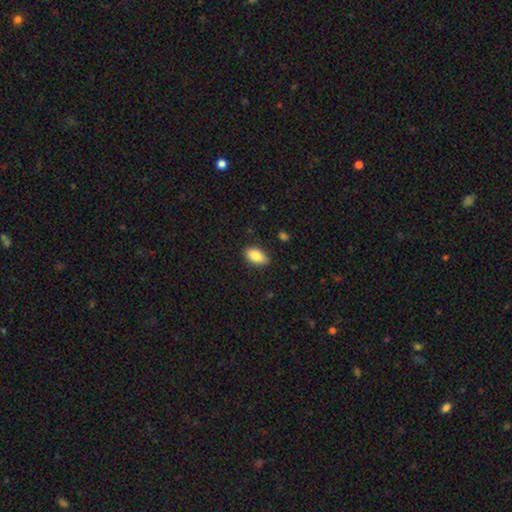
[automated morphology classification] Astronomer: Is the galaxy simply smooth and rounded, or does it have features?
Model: smooth — 85%.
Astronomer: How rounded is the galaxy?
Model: in between — 91%.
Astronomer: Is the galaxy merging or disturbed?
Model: none — 86%.